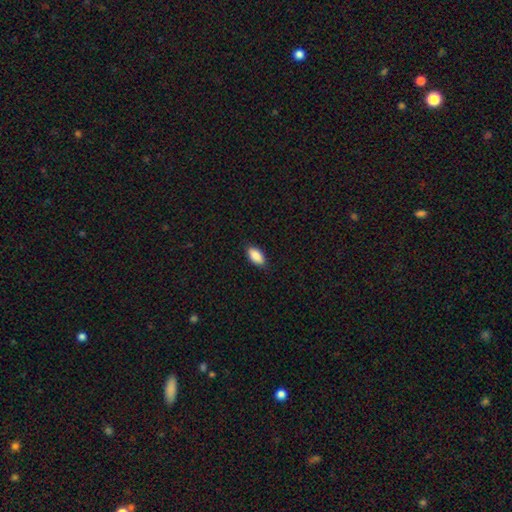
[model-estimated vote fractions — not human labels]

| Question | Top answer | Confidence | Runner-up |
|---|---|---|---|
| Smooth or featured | smooth | 89% | star or artifact (6%) |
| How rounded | in between | 93% | cigar-shaped (4%) |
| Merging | none | 87% | minor disturbance (10%) |